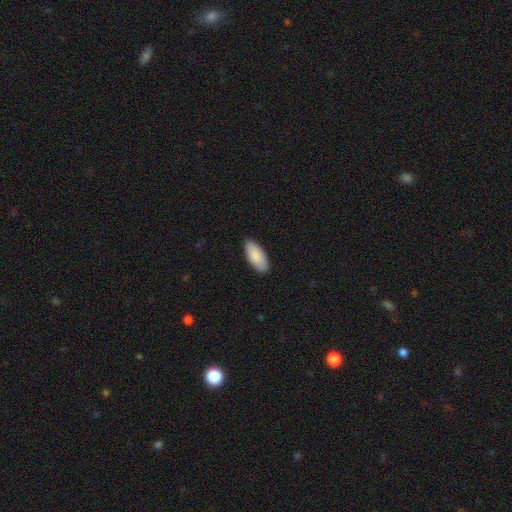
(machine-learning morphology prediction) Smooth or featured?
  - smooth: 89% *
  - featured or disk: 5%
  - star or artifact: 5%
How rounded?
  - in between: 88% *
  - cigar-shaped: 10%
  - round: 2%
Merging?
  - none: 88% *
  - minor disturbance: 10%
  - major disturbance: 2%
  - merger: 1%